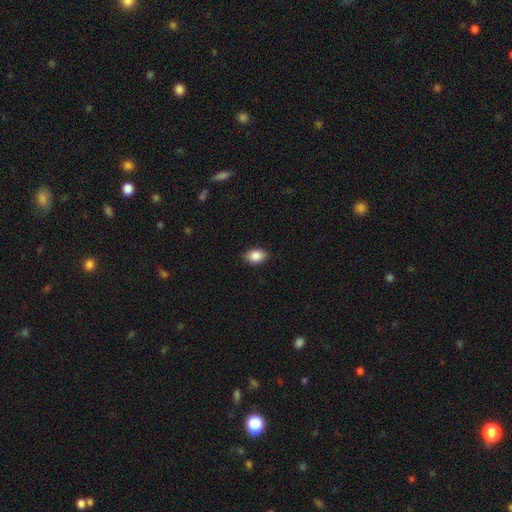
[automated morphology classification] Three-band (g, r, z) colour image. It shows a smooth galaxy with no disk features (88%) that is in between round and cigar-shaped (85%). Merging: none (87%).